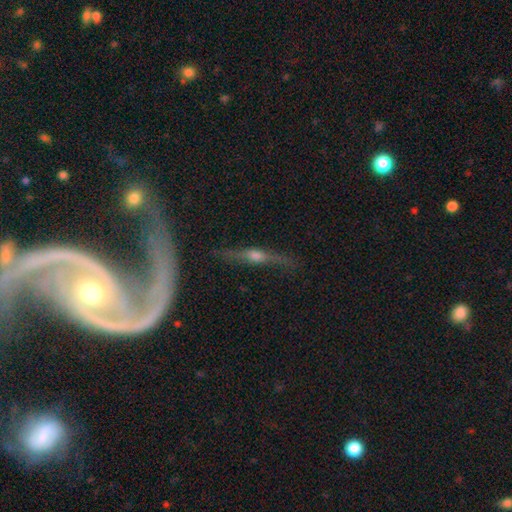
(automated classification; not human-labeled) Q: Smooth or featured?
A: featured or disk (73%); runner-up: smooth (18%)
Q: Edge-on disk?
A: yes (92%); runner-up: no (8%)
Q: Edge-on bulge?
A: rounded (85%); runner-up: boxy (8%)
Q: Merging?
A: none (80%); runner-up: minor disturbance (13%)